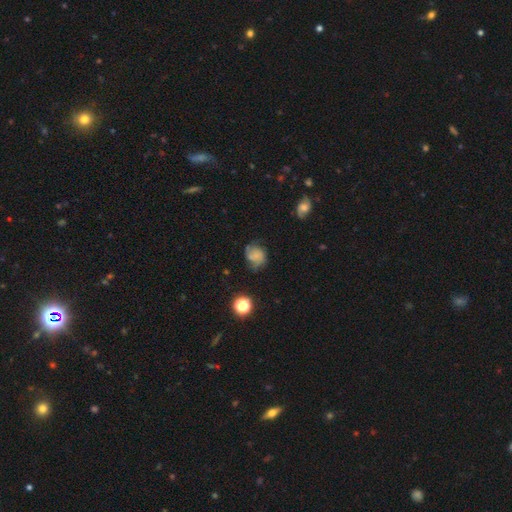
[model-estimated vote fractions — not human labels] Smooth or featured?
  - smooth: 49% *
  - featured or disk: 37%
  - star or artifact: 14%
Merging?
  - none: 54% *
  - minor disturbance: 28%
  - major disturbance: 15%
  - merger: 3%